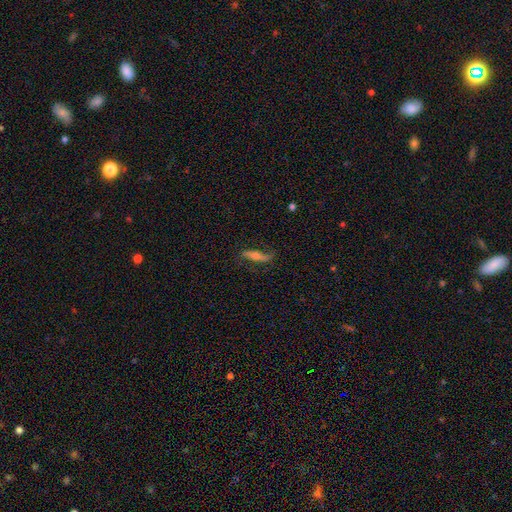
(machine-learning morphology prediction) Smooth or featured: featured or disk — 68% (smooth — 22%)
Edge-on disk: no — 57% (yes — 43%)
Merging: none — 70% (minor disturbance — 18%)